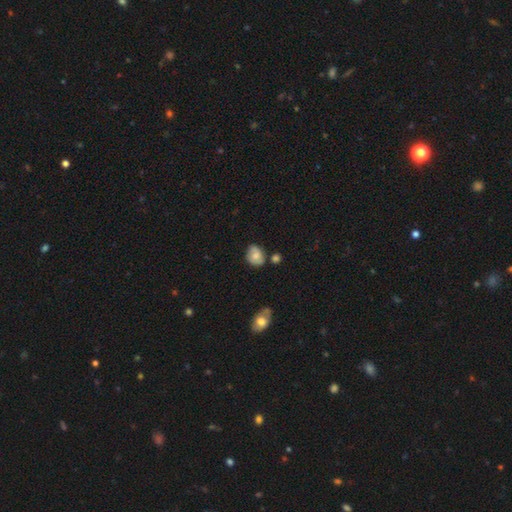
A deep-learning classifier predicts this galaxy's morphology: type=smooth (75%); roundness=in between (59%); merging=none (59%).